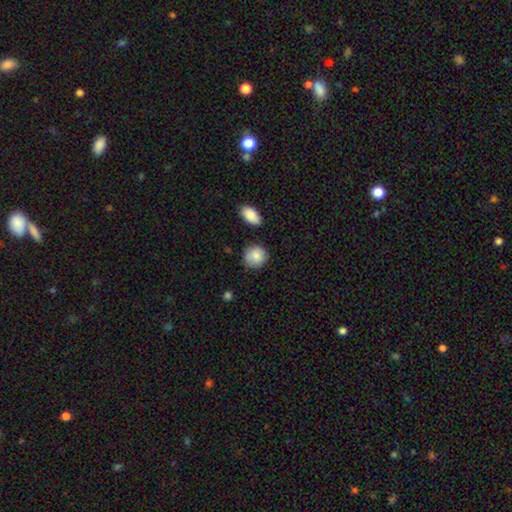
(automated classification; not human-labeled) smooth-or-featured: smooth: 85% | featured or disk: 8% | star or artifact: 7%
  how-rounded: round: 84% | in between: 15% | cigar-shaped: 1%
  merging: none: 79% | minor disturbance: 15% | merger: 3% | major disturbance: 3%